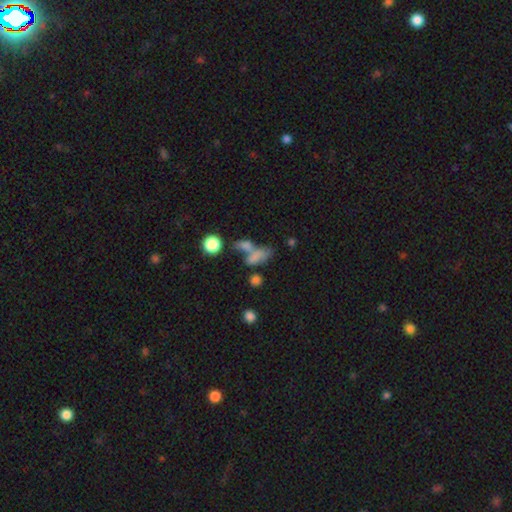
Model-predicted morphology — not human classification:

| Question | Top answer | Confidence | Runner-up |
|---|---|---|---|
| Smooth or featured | smooth | 70% | featured or disk (16%) |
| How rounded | in between | 63% | cigar-shaped (25%) |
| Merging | merger | 46% | none (30%) |